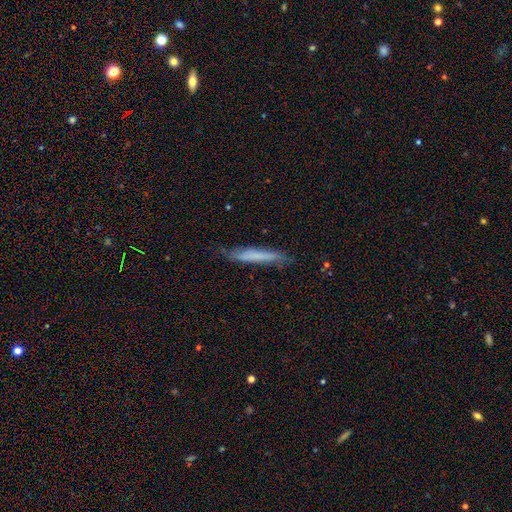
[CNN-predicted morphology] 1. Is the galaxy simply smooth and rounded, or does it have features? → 64% smooth, 30% featured or disk, 7% star or artifact.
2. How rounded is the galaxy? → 95% cigar-shaped, 4% in between, 1% round.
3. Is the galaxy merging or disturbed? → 76% none, 19% minor disturbance, 4% major disturbance, 2% merger.